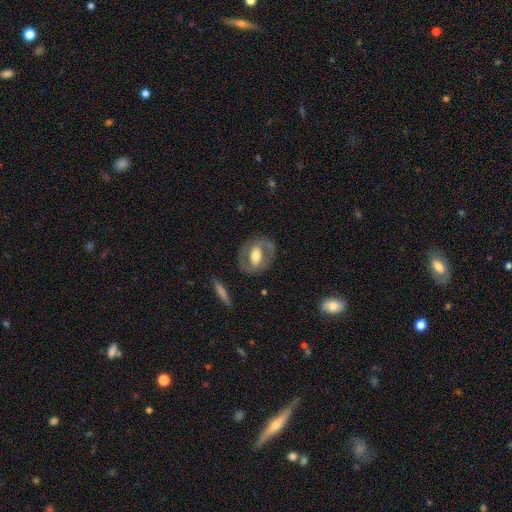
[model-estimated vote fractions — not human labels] The model was most divided on "bar": no: 35%, strong: 33%, weak: 31%. More confident: edge-on disk — no (92%); merging — none (78%); bulge size — moderate (65%); smooth or featured — featured or disk (63%); spiral arms — no (58%).